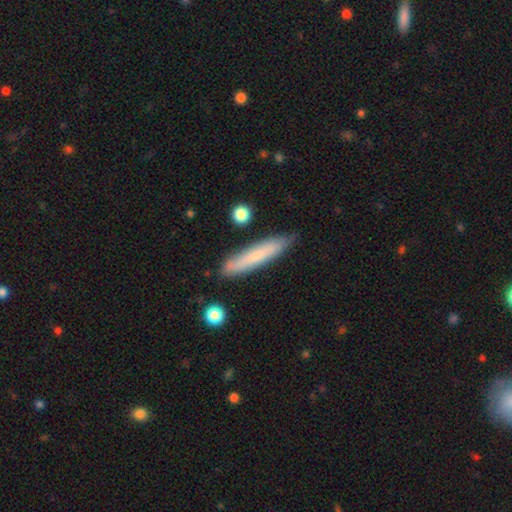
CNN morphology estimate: A smooth galaxy with no disk features (70%) that is cigar-shaped (92%). Merging: none (83%).